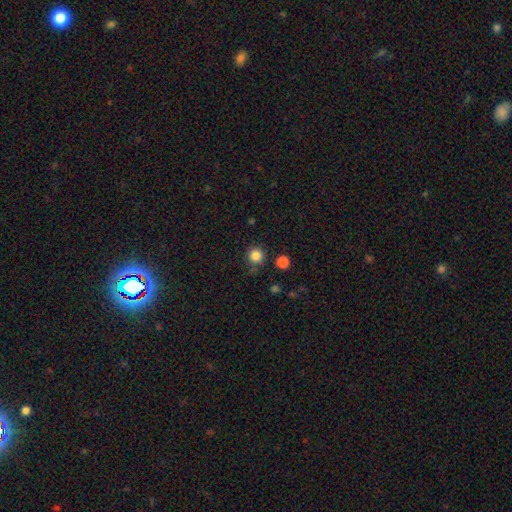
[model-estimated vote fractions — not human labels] This is clearly a smooth galaxy (84%). How rounded: clearly round (93%). Merging: clearly none (81%).